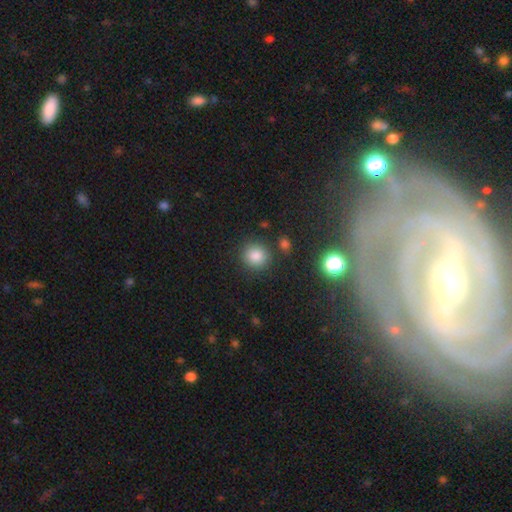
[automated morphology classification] type=smooth (84%); roundness=round (89%); merging=none (84%).